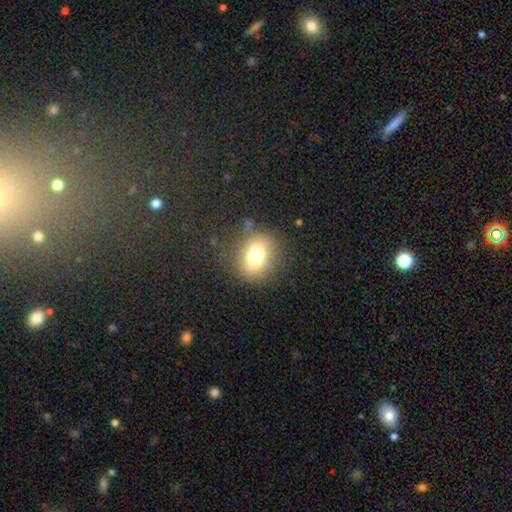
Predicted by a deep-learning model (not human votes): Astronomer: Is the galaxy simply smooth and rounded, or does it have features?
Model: smooth — 75%.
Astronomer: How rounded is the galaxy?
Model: round — 70%.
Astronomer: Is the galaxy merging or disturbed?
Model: none — 81%.